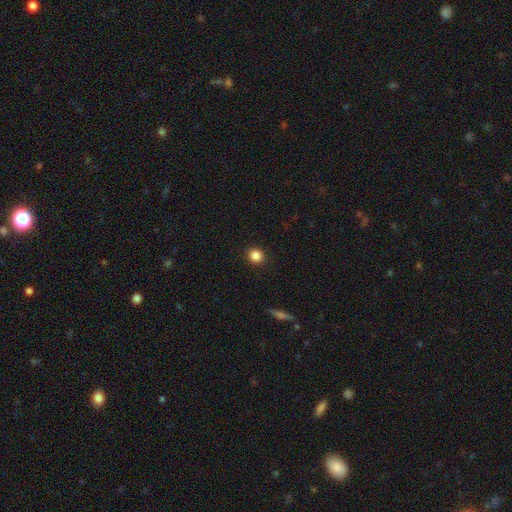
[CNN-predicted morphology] A smooth galaxy with no disk features (85%) that is round (89%). Merging: none (92%).